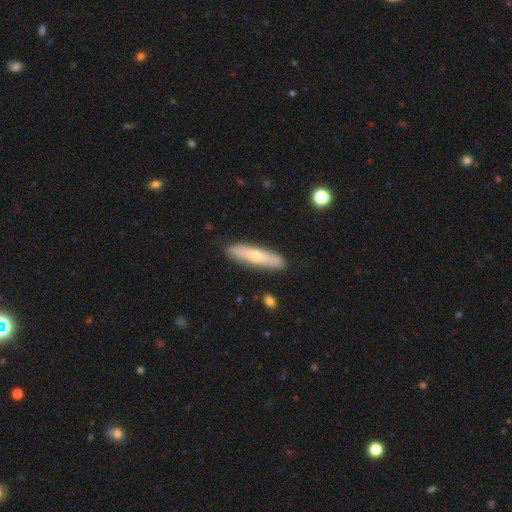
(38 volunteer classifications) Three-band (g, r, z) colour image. It shows a smooth galaxy with no disk features (50%) that is cigar-shaped (63%). Merging: none (91%).